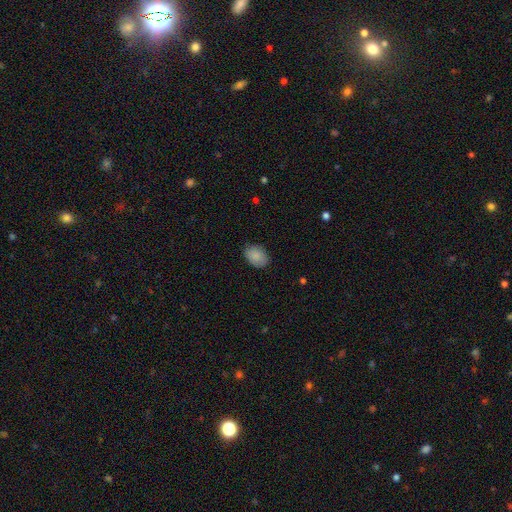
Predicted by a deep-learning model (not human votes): This is clearly a smooth galaxy (88%). How rounded: likely in between (73%). Merging: clearly none (83%).